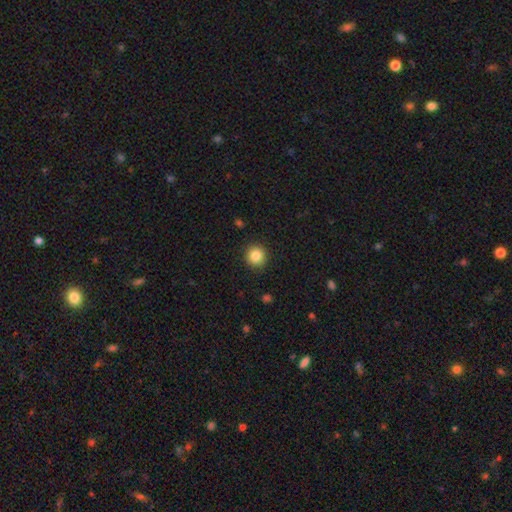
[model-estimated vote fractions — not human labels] Overall: smooth (85%). How rounded: round (94%). Merging: none (91%).